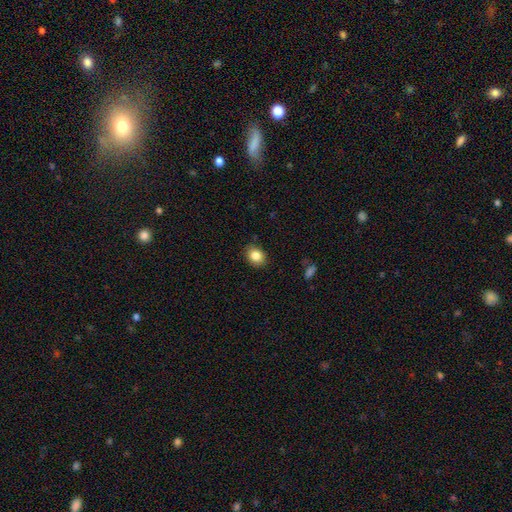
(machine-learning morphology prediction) Smooth or featured: smooth — 84% (star or artifact — 9%)
How rounded: in between — 50% (round — 49%)
Merging: none — 86% (minor disturbance — 10%)